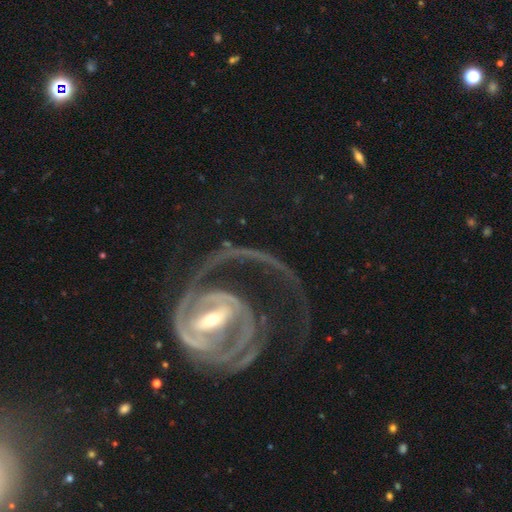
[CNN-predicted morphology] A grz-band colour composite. It shows a featured or disk galaxy (89%) with a strong bar (61%), 2 (50%) tight (47%) spiral arms (90%) and a moderate central bulge (50%). Merging: major disturbance (42%).